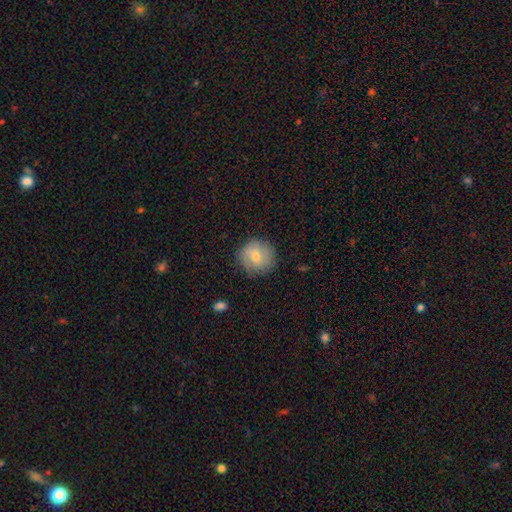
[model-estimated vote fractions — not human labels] Smooth or featured? Predicted: smooth (p=0.65). How rounded? Predicted: round (p=0.91). Merging? Predicted: none (p=0.83).